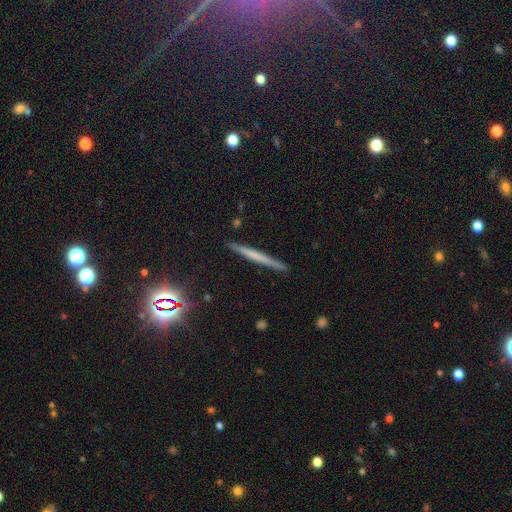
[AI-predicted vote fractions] Q: Smooth or featured?
A: featured or disk (44%); tied with: smooth (44%)
Q: Merging?
A: none (91%); runner-up: minor disturbance (7%)